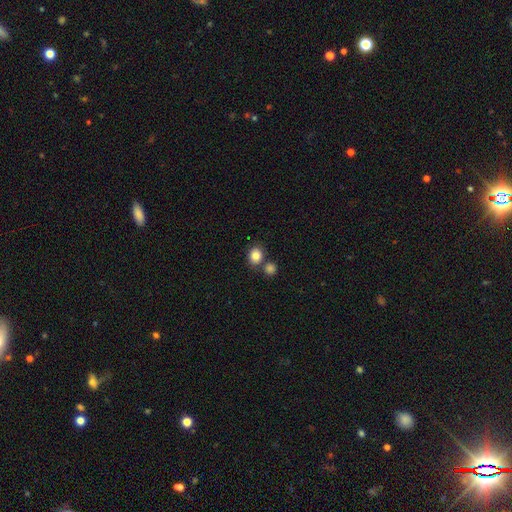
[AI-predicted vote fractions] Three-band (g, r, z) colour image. It shows a smooth galaxy with no disk features (84%) that is round (67%). Merging: none (67%).